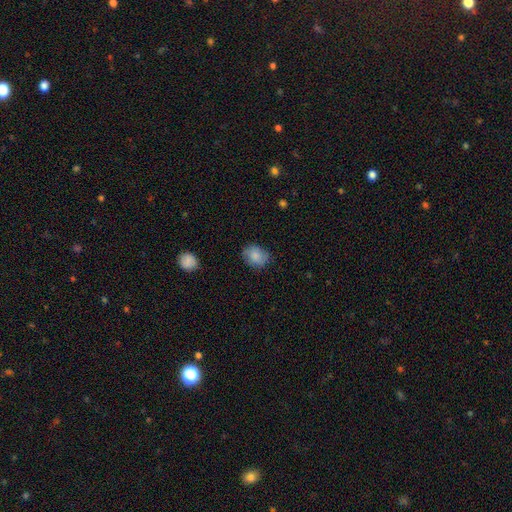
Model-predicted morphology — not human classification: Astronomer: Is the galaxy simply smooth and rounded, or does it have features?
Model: smooth — 79%.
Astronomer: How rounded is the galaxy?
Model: round — 55% (runner-up: in between, 44%).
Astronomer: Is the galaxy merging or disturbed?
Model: none — 74%.